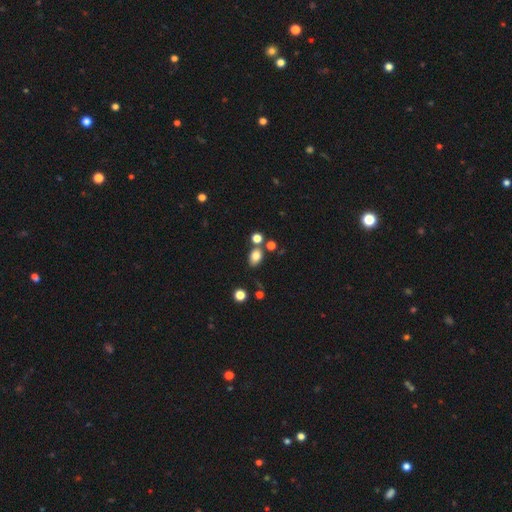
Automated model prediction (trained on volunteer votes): This appears to be a smooth galaxy with no disk features (79%) that is in between round and cigar-shaped (74%). Merging: none (68%).